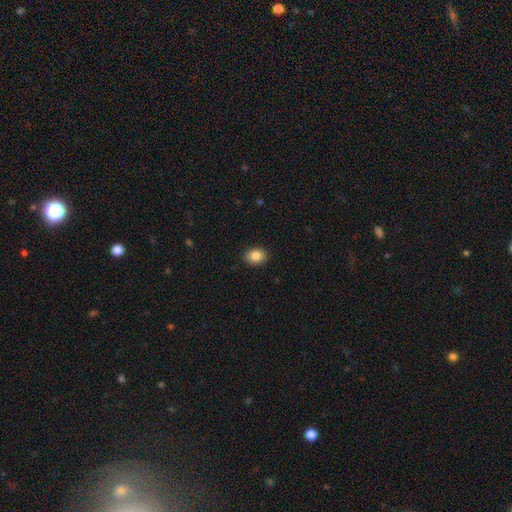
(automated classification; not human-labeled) smooth-or-featured: smooth: 85% | star or artifact: 9% | featured or disk: 6%
  how-rounded: in between: 55% | round: 44% | cigar-shaped: 1%
  merging: none: 89% | minor disturbance: 8% | major disturbance: 2% | merger: 1%